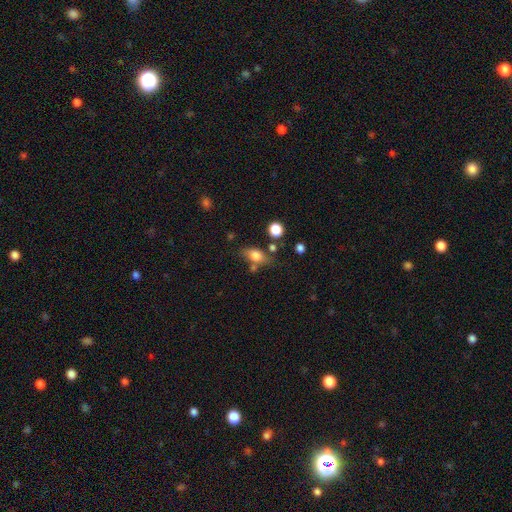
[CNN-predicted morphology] smooth-or-featured: smooth: 75% | featured or disk: 16% | star or artifact: 10%
  how-rounded: in between: 76% | round: 17% | cigar-shaped: 7%
  merging: none: 62% | minor disturbance: 20% | merger: 11% | major disturbance: 7%